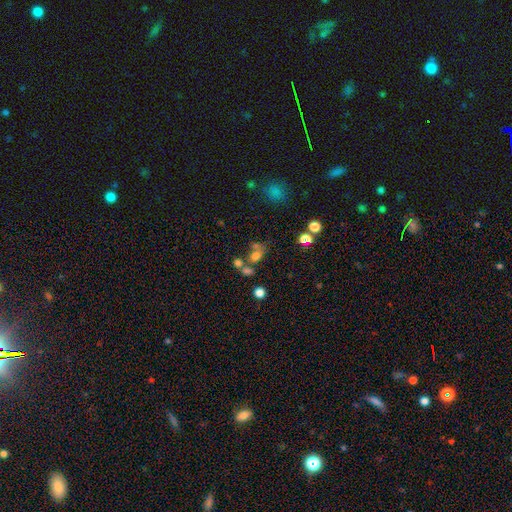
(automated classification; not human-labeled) Smooth or featured: smooth — 65% (star or artifact — 21%)
How rounded: round — 50% (in between — 48%)
Merging: merger — 40% (none — 38%)